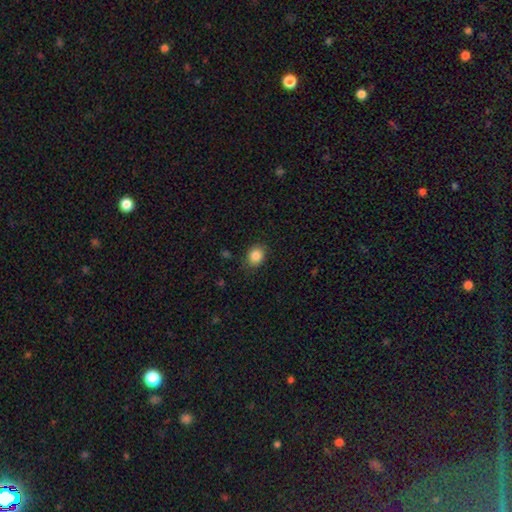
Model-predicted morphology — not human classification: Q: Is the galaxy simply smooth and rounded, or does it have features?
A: smooth — 86%.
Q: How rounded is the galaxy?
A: round — 56%.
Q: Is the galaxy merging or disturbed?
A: none — 85%.